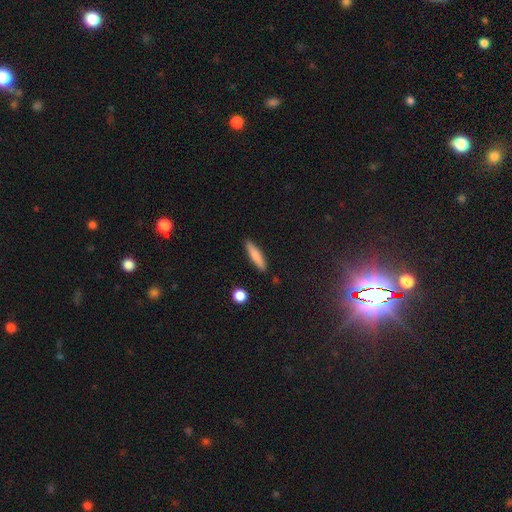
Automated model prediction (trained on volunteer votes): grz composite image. It shows a smooth galaxy with no disk features (78%) that is cigar-shaped (83%). Merging: none (89%).